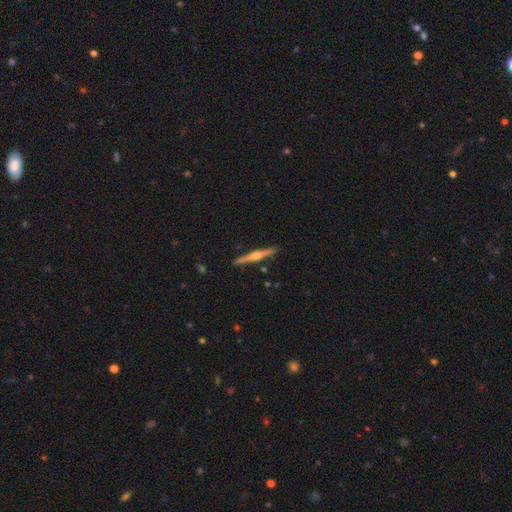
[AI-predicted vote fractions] Overall: featured or disk (74%). Edge-on disk: yes (98%). Edge-on bulge: rounded (87%). Merging: none (91%).